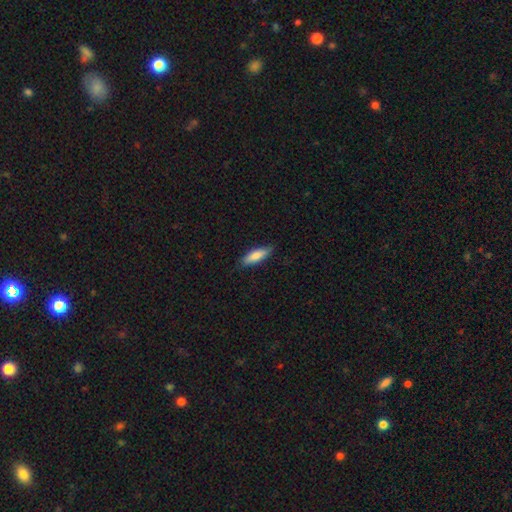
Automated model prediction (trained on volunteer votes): Smooth or featured? Predicted: smooth (p=0.80). How rounded? Predicted: cigar-shaped (p=0.49, tied with in between). Merging? Predicted: none (p=0.81).